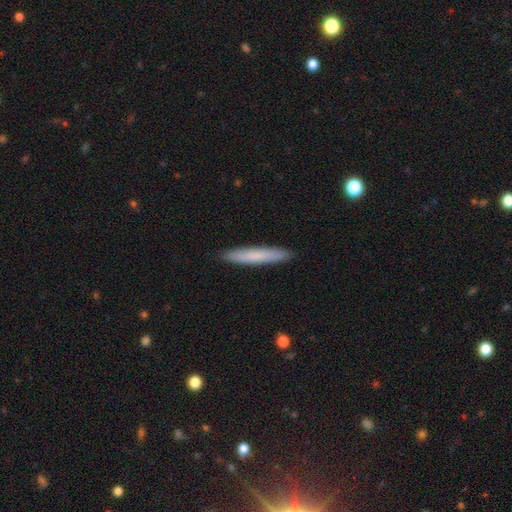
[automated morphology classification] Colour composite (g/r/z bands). It shows a smooth galaxy with no disk features (74%) that is cigar-shaped (94%). Merging: none (91%).